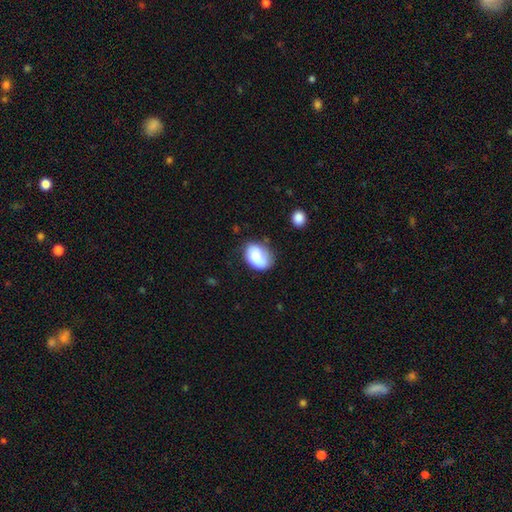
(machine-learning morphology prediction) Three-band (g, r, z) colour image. It shows a smooth galaxy with no disk features (78%) that is in between round and cigar-shaped (79%). Merging: none (56%).